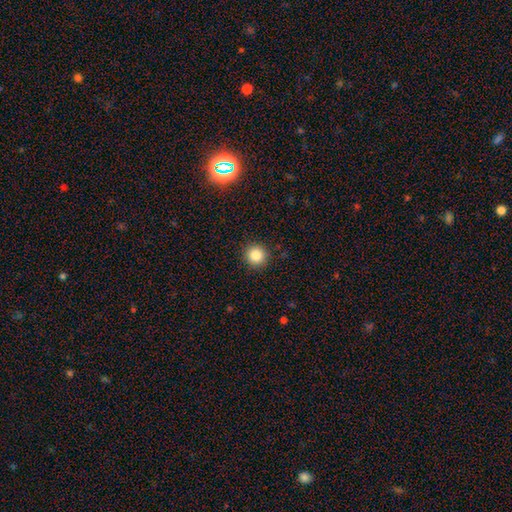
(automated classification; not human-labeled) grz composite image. It shows a smooth galaxy with no disk features (85%) that is round (94%). Merging: none (91%).